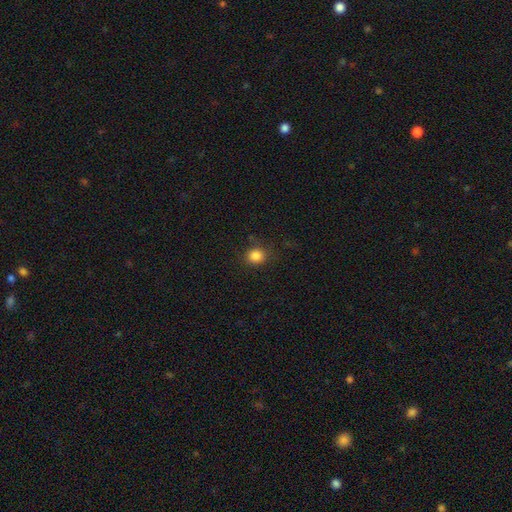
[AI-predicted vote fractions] Morphology: type=smooth (84%); roundness=round (80%); merging=none (82%).